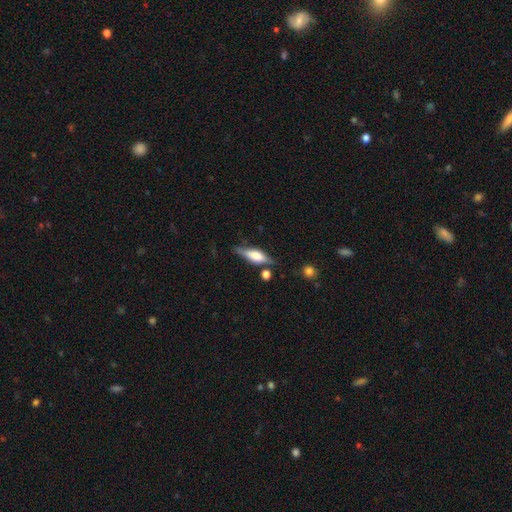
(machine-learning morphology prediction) The model was most divided on "smooth or featured": featured or disk: 48%, smooth: 45%, star or artifact: 7%. More confident: merging — none (68%).